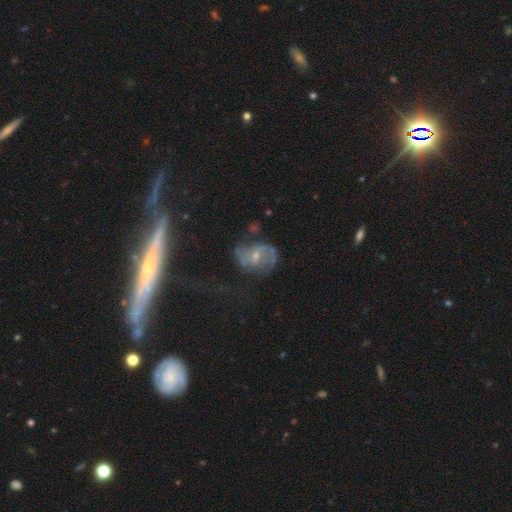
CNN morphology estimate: Q: Smooth or featured?
A: featured or disk (69%); runner-up: smooth (19%)
Q: Edge-on disk?
A: no (97%); runner-up: yes (3%)
Q: Bar?
A: no (44%); runner-up: weak (43%)
Q: Spiral arms?
A: yes (80%); runner-up: no (20%)
Q: Spiral winding?
A: medium (44%); runner-up: loose (33%)
Q: Spiral arm count?
A: 2 (58%); runner-up: can't tell (23%)
Q: Bulge size?
A: small (59%); runner-up: moderate (35%)
Q: Merging?
A: none (47%); runner-up: major disturbance (25%)